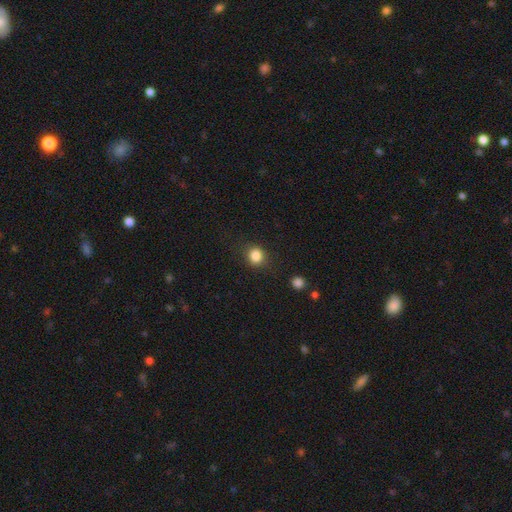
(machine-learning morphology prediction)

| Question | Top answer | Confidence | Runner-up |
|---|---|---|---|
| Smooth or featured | smooth | 84% | star or artifact (11%) |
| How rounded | round | 83% | in between (16%) |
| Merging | none | 86% | minor disturbance (9%) |